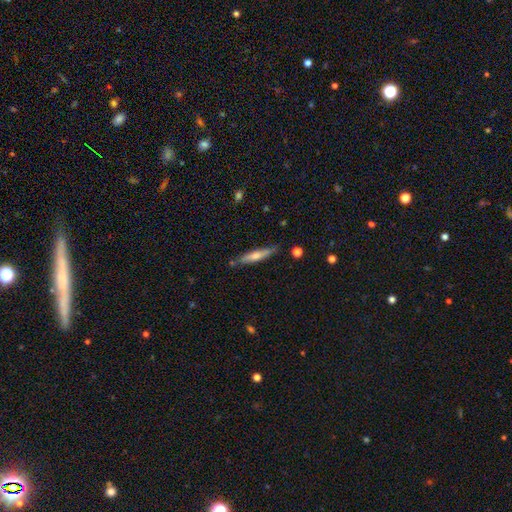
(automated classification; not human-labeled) The model was most divided on "smooth or featured": smooth: 52%, featured or disk: 42%, star or artifact: 6%. More confident: how rounded — cigar-shaped (88%); merging — none (79%).